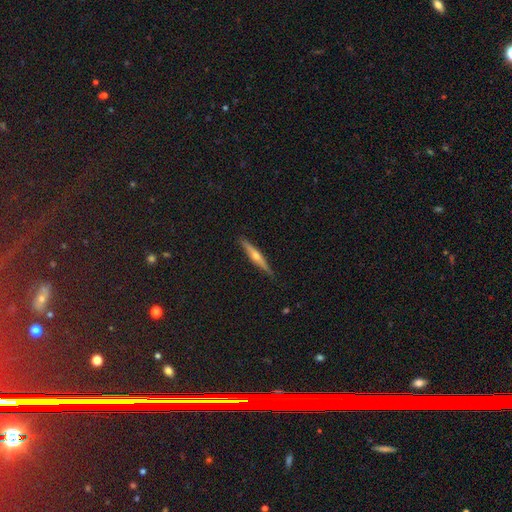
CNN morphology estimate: This is likely a featured or disk galaxy (71%). It is clearly viewed edge-on (98%). Edge-on bulge: clearly rounded (90%). Merging: clearly none (90%).